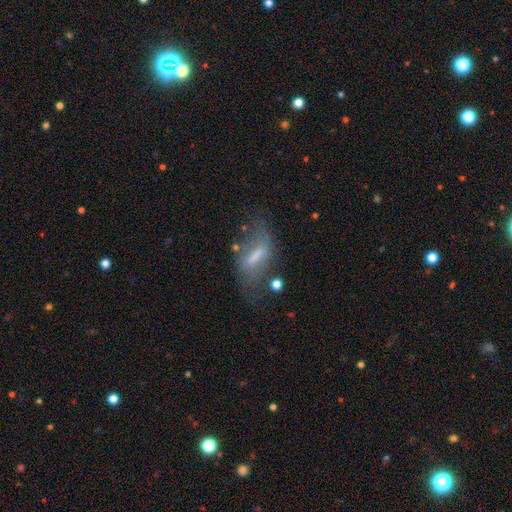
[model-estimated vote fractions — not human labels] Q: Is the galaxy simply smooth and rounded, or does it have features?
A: featured or disk — 49%.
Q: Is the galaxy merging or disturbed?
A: none — 47%.